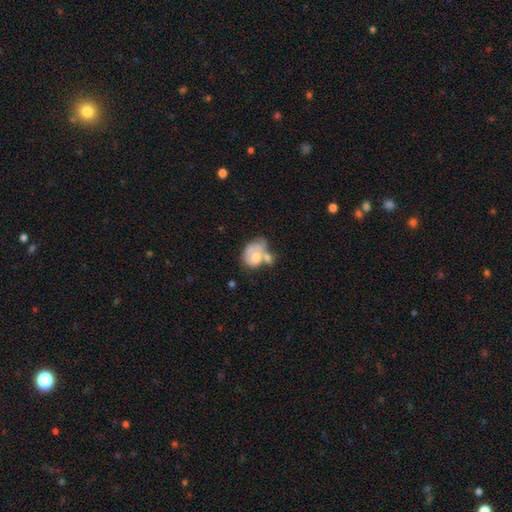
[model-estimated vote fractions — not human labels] Morphology: type=smooth (49%); merging=merger (50%).